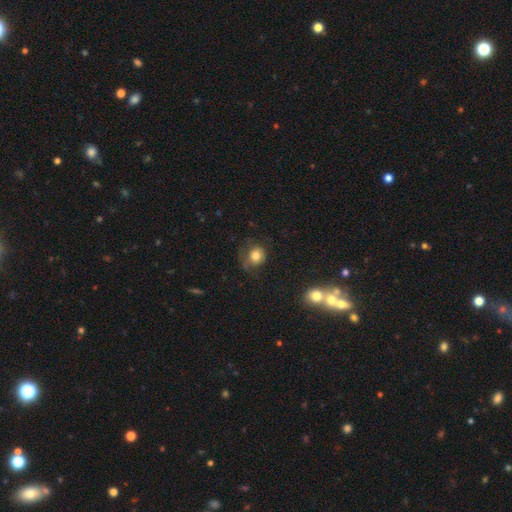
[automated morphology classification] smooth 76%, featured or disk 14%, star or artifact 11%. Down the decision tree: how rounded — round (78%); merging — none (55%).